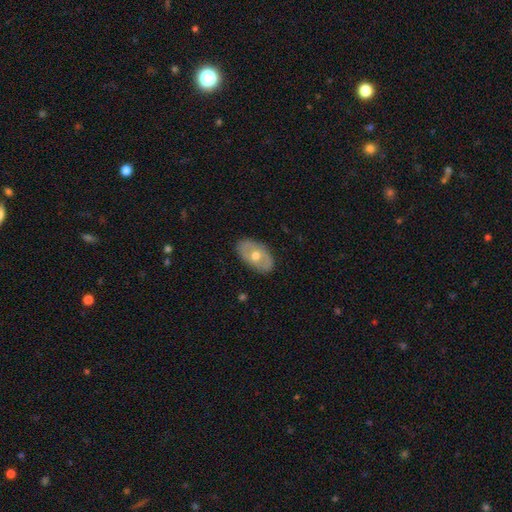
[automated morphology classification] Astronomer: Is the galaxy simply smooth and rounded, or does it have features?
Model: featured or disk — 50% (runner-up: smooth, 44%).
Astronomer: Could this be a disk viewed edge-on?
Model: no — 88%.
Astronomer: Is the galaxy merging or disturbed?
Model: none — 85%.